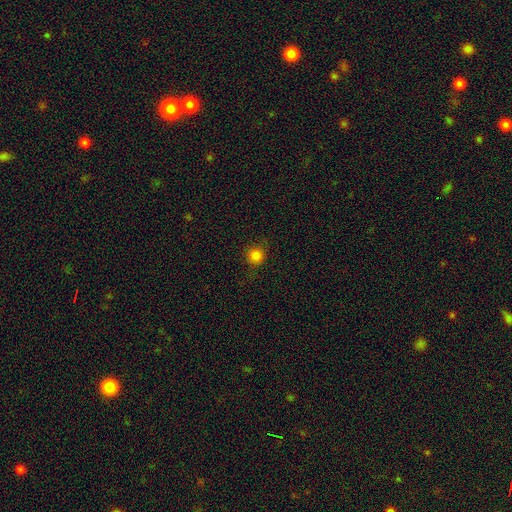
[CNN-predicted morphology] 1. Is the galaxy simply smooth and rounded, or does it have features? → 82% smooth, 14% star or artifact, 5% featured or disk.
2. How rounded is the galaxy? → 93% round, 7% in between, 1% cigar-shaped.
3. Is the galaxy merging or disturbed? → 86% none, 10% minor disturbance, 3% major disturbance, 1% merger.